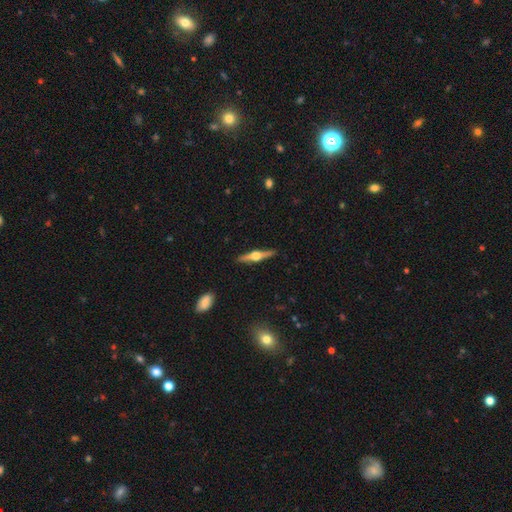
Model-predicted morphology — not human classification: Q: Smooth or featured?
A: featured or disk (78%); runner-up: smooth (16%)
Q: Edge-on disk?
A: yes (98%); runner-up: no (2%)
Q: Edge-on bulge?
A: rounded (96%); runner-up: boxy (3%)
Q: Merging?
A: none (91%); runner-up: minor disturbance (6%)